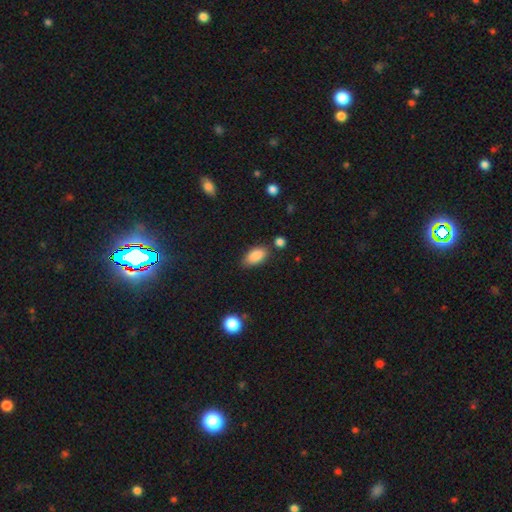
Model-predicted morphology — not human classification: Smooth or featured: smooth — 88% (star or artifact — 8%)
How rounded: in between — 91% (cigar-shaped — 5%)
Merging: none — 74% (minor disturbance — 17%)